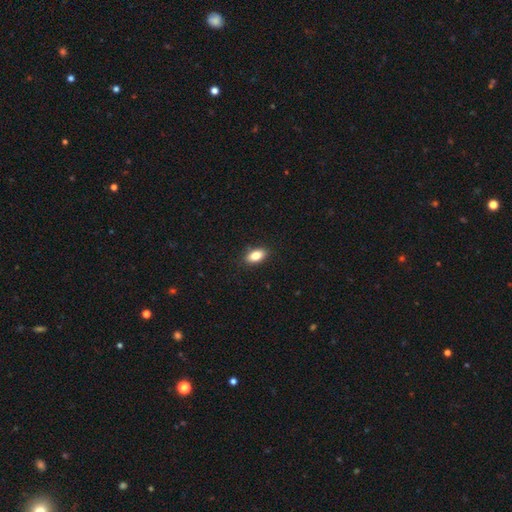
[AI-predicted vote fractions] Morphology: type=smooth (83%); roundness=in between (90%); merging=none (88%).